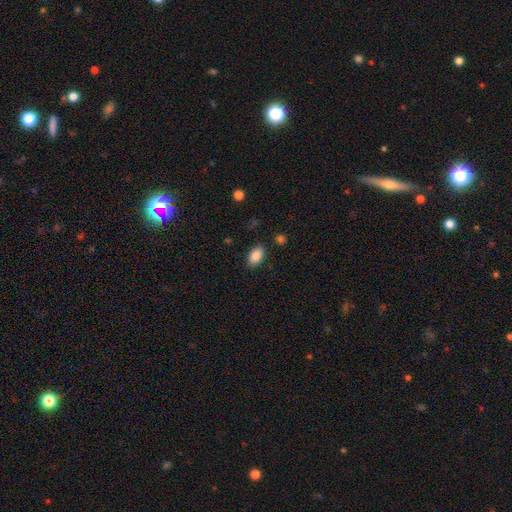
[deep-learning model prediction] smooth 88%, star or artifact 8%, featured or disk 4%. Down the decision tree: how rounded — in between (91%); merging — none (85%).